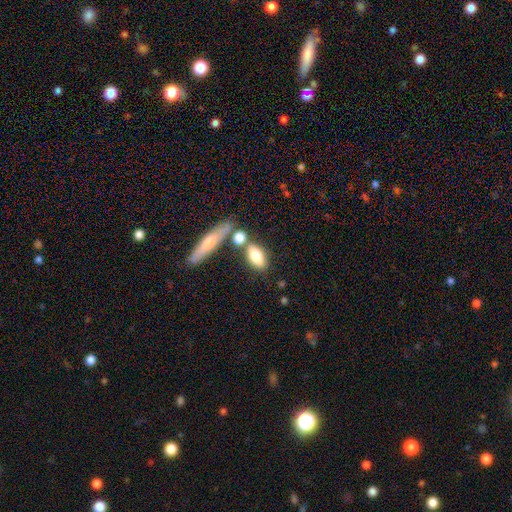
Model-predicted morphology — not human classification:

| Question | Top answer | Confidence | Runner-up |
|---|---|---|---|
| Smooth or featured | smooth | 74% | featured or disk (18%) |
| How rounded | in between | 75% | cigar-shaped (19%) |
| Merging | none | 59% | merger (22%) |